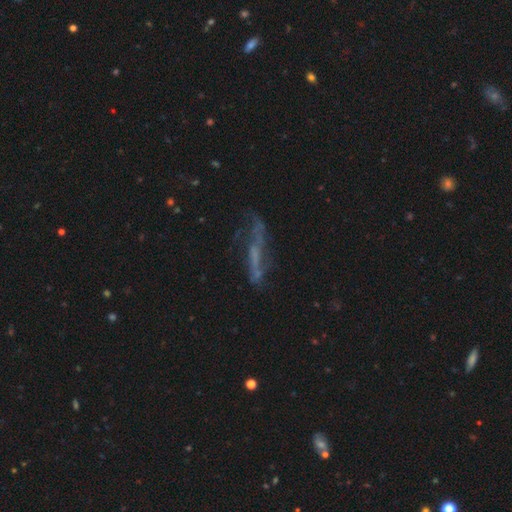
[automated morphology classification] The model was most divided on "edge-on disk": yes: 51%, no: 49%. More confident: smooth or featured — featured or disk (59%); merging — none (54%).